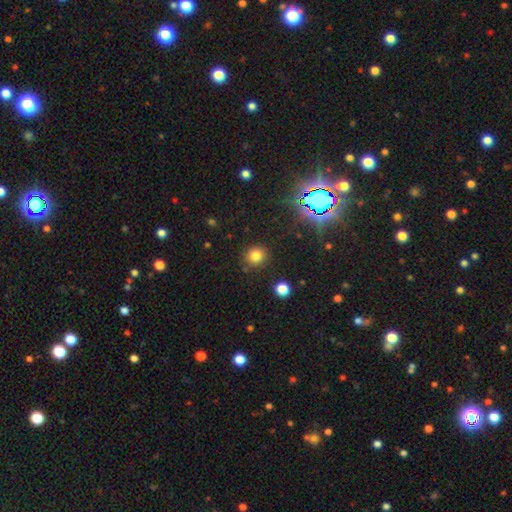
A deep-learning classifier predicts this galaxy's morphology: Smooth or featured: smooth — 77% (star or artifact — 16%)
How rounded: round — 90% (in between — 9%)
Merging: none — 88% (minor disturbance — 7%)